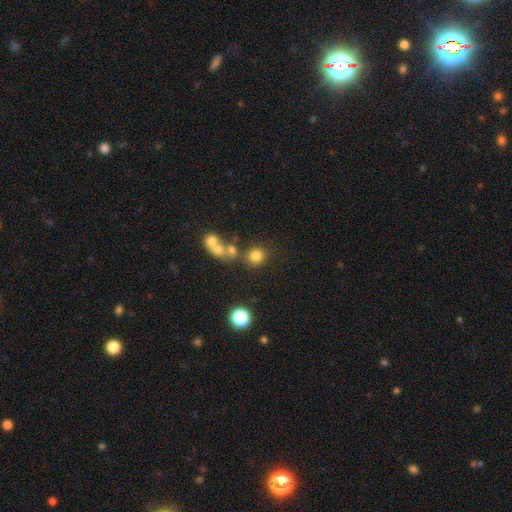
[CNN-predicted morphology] Q: Smooth or featured?
A: smooth (76%); runner-up: star or artifact (15%)
Q: How rounded?
A: round (89%); runner-up: in between (10%)
Q: Merging?
A: none (69%); runner-up: merger (17%)